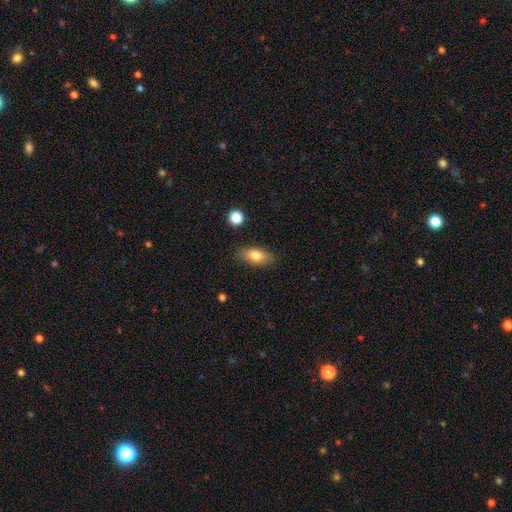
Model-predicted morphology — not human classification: This appears to be a smooth galaxy with no disk features (76%) that is in between round and cigar-shaped (82%). Merging: none (86%).